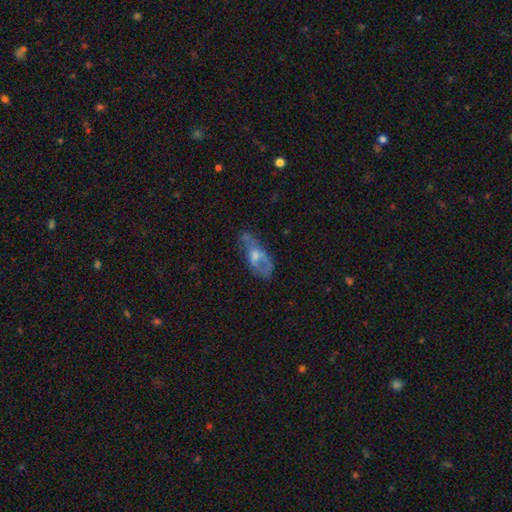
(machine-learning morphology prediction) A featured or disk galaxy (54%). Merging: none (46%).